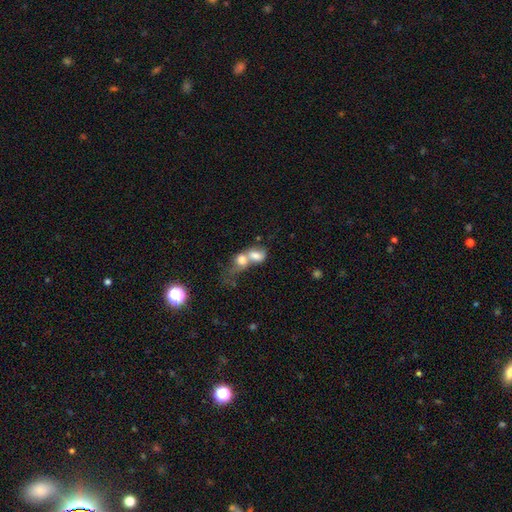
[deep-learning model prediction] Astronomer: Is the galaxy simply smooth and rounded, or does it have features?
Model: smooth — 69%.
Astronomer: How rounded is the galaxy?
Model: in between — 63%.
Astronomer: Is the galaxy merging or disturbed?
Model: merger — 79%.